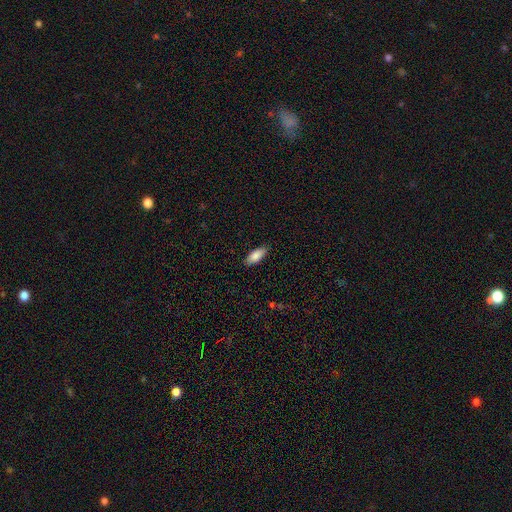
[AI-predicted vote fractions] Smooth or featured: smooth — 85% (featured or disk — 9%)
How rounded: in between — 80% (cigar-shaped — 18%)
Merging: none — 88% (minor disturbance — 9%)